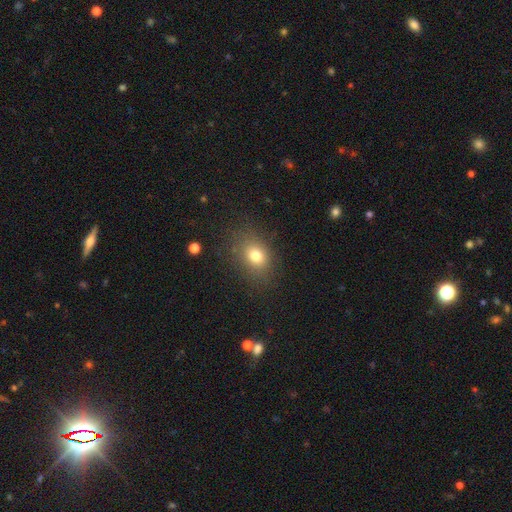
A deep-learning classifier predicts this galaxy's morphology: smooth 76%, star or artifact 13%, featured or disk 10%. Down the decision tree: how rounded — in between (57%); merging — none (80%).